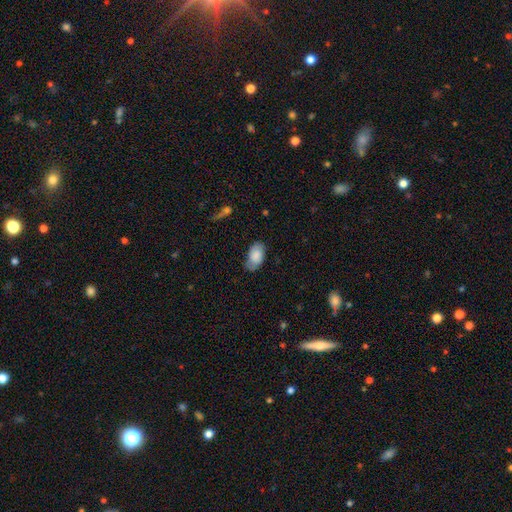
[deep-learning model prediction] smooth-or-featured: smooth: 78% | featured or disk: 15% | star or artifact: 7%
  how-rounded: in between: 94% | round: 4% | cigar-shaped: 2%
  merging: none: 68% | minor disturbance: 25% | major disturbance: 6% | merger: 2%